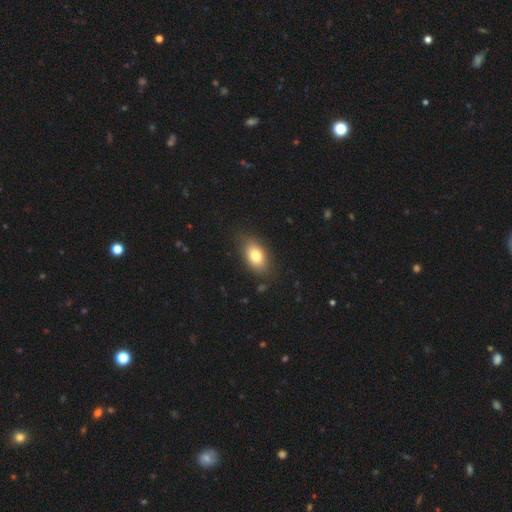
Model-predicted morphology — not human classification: smooth 79%, featured or disk 13%, star or artifact 8%. Down the decision tree: how rounded — in between (88%); merging — none (81%).